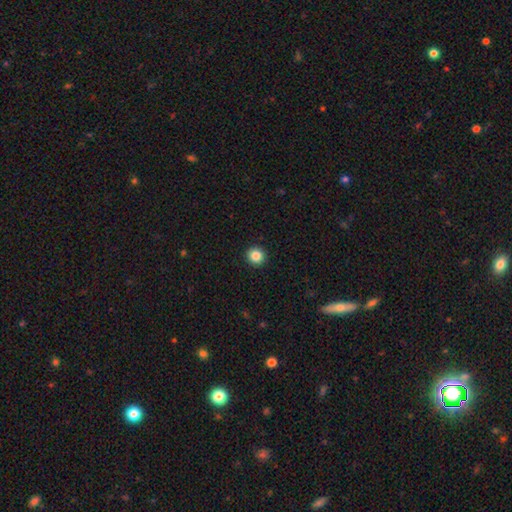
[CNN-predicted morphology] Overall: smooth (85%). How rounded: round (93%). Merging: none (93%).